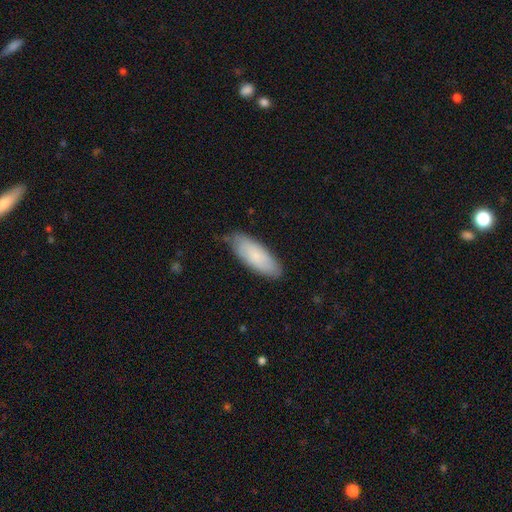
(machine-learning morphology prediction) Overall: smooth (78%). How rounded: in between (70%). Merging: none (75%).